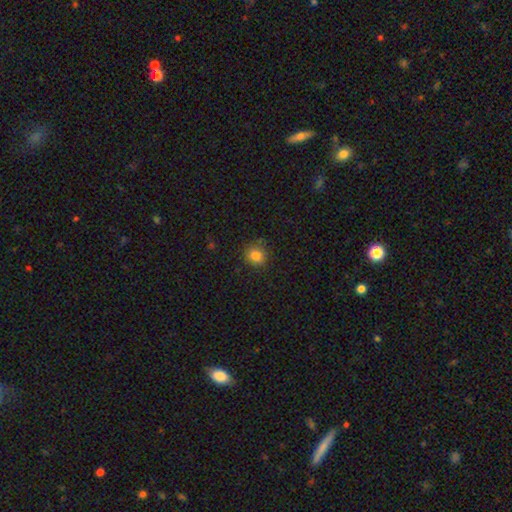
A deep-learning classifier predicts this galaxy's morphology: Smooth or featured: smooth — 83% (star or artifact — 12%)
How rounded: round — 84% (in between — 15%)
Merging: none — 81% (minor disturbance — 14%)